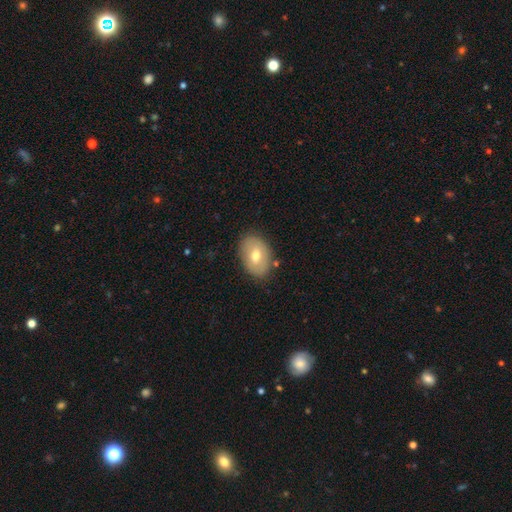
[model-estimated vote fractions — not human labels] Q: Smooth or featured?
A: smooth (65%); runner-up: featured or disk (27%)
Q: How rounded?
A: in between (80%); runner-up: round (19%)
Q: Merging?
A: none (82%); runner-up: minor disturbance (12%)